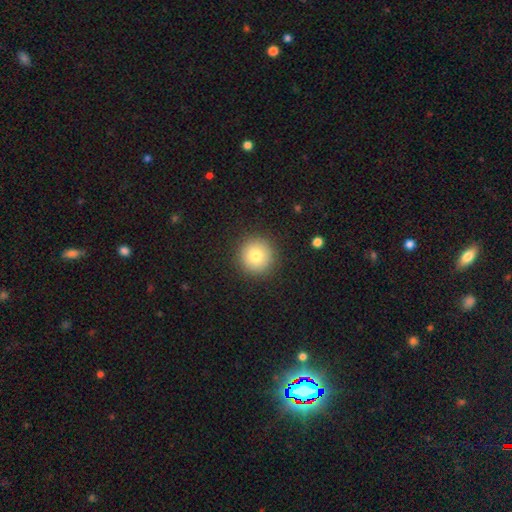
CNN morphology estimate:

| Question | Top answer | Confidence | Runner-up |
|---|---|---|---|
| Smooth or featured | smooth | 78% | star or artifact (11%) |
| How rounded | round | 96% | in between (3%) |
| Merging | none | 91% | minor disturbance (6%) |